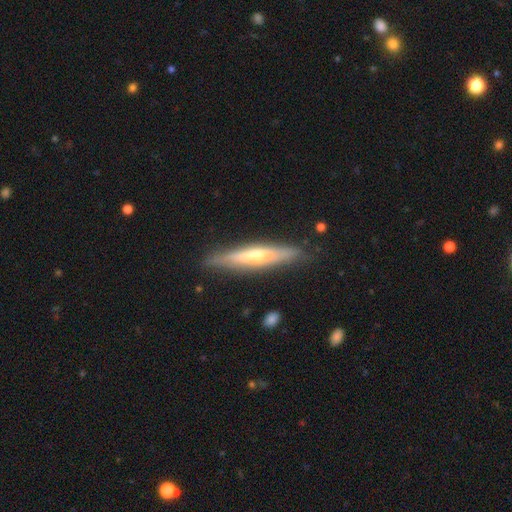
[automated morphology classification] Q: Smooth or featured?
A: featured or disk (53%); runner-up: smooth (41%)
Q: Edge-on disk?
A: yes (90%); runner-up: no (10%)
Q: Merging?
A: none (83%); runner-up: minor disturbance (13%)